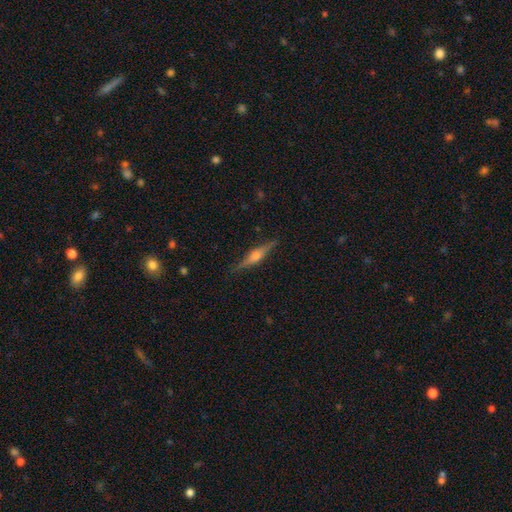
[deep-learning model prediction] Overall: featured or disk (77%). Edge-on disk: yes (98%). Edge-on bulge: rounded (89%). Merging: none (89%).